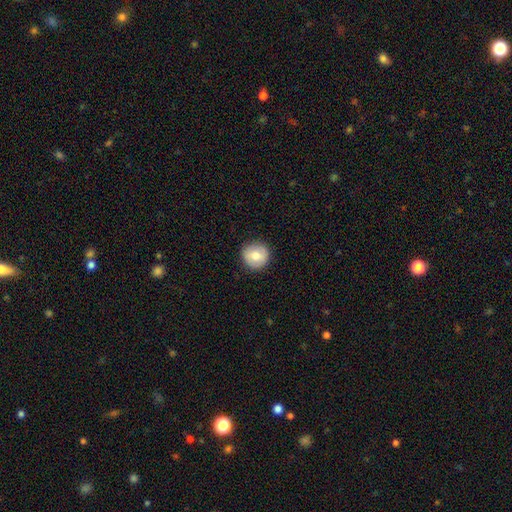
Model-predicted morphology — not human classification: Smooth or featured? Predicted: smooth (p=0.76). How rounded? Predicted: round (p=0.93). Merging? Predicted: none (p=0.89).